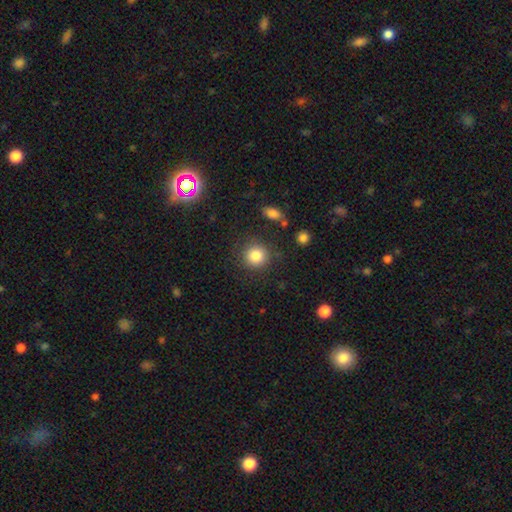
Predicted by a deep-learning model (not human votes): Smooth or featured?
  - smooth: 84% *
  - star or artifact: 10%
  - featured or disk: 6%
How rounded?
  - round: 90% *
  - in between: 9%
  - cigar-shaped: 1%
Merging?
  - none: 85% *
  - minor disturbance: 9%
  - major disturbance: 4%
  - merger: 3%